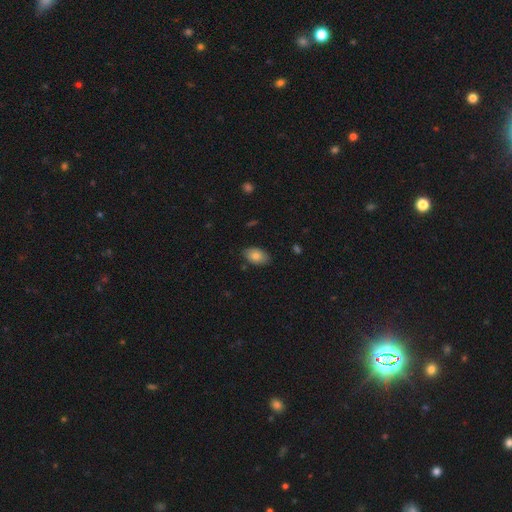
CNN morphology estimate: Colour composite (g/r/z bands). It shows a smooth galaxy with no disk features (80%) that is in between round and cigar-shaped (91%). Merging: none (84%).